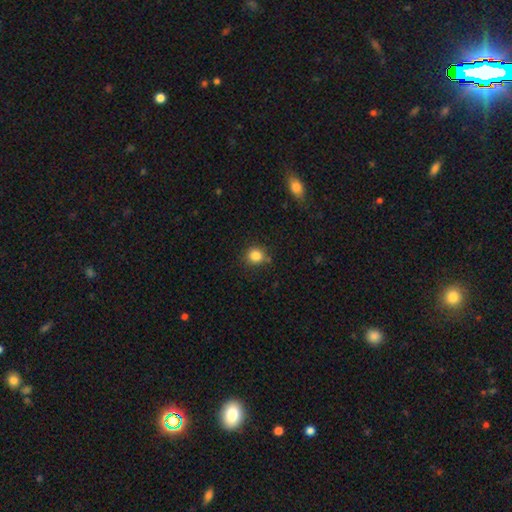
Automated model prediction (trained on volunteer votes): Smooth or featured: smooth — 84% (star or artifact — 11%)
How rounded: round — 85% (in between — 14%)
Merging: none — 80% (minor disturbance — 13%)